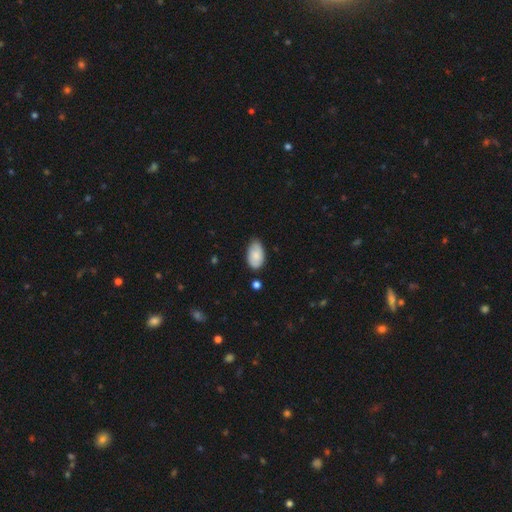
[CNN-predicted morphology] Smooth or featured? smooth (79%)
How rounded? in between (95%)
Merging? none (71%)